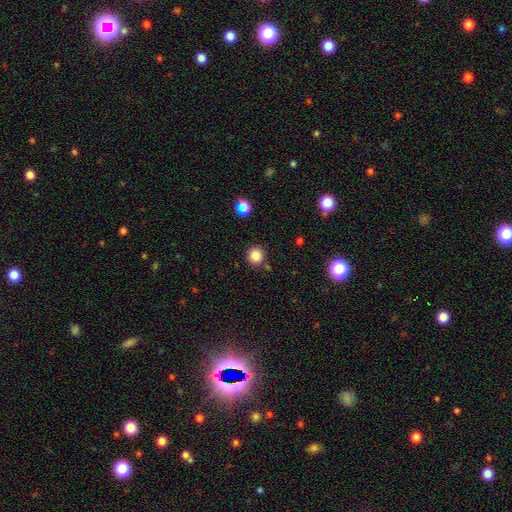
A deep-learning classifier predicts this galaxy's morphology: This appears to be a smooth galaxy with no disk features (84%) that is round (93%). Merging: none (85%).